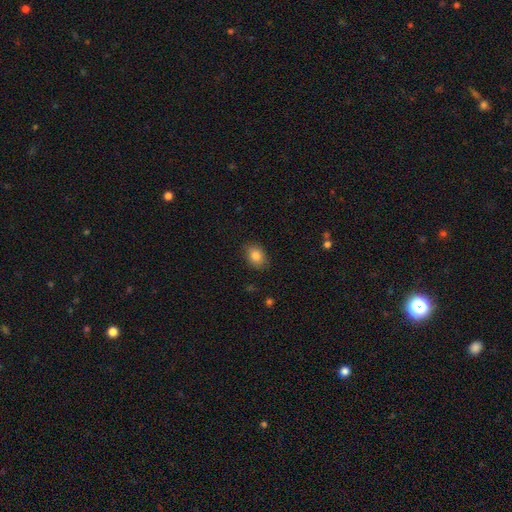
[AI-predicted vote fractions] Smooth or featured?
  - smooth: 83% *
  - star or artifact: 9%
  - featured or disk: 7%
How rounded?
  - in between: 70% *
  - round: 29%
  - cigar-shaped: 1%
Merging?
  - none: 85% *
  - minor disturbance: 12%
  - major disturbance: 3%
  - merger: 1%